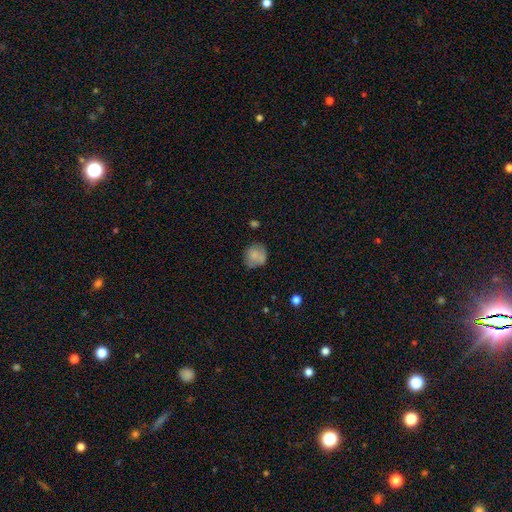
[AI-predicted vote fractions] This appears to be a smooth galaxy with no disk features (76%) that is round (79%). Merging: none (63%).